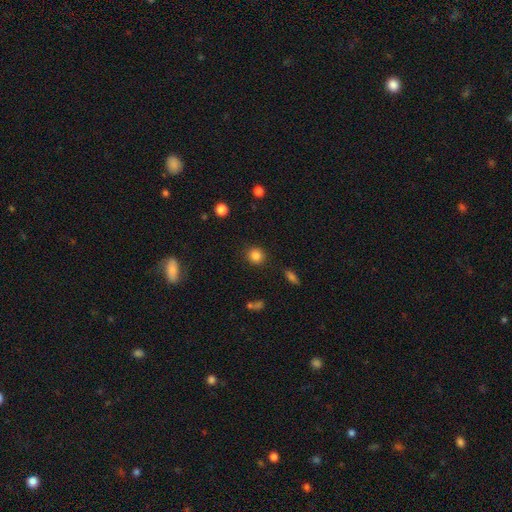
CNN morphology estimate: smooth 84%, star or artifact 11%, featured or disk 5%. Down the decision tree: how rounded — round (87%); merging — none (89%).